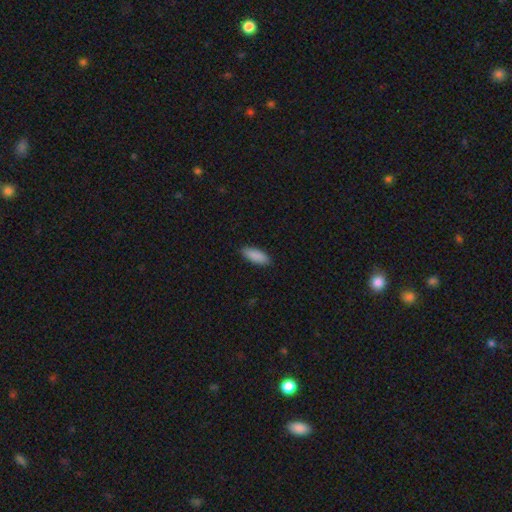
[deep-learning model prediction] The model was most divided on "how rounded": in between: 74%, cigar-shaped: 25%, round: 2%. More confident: smooth or featured — smooth (90%); merging — none (89%).